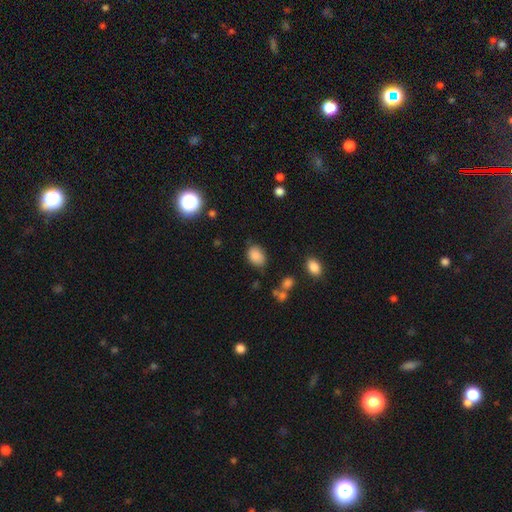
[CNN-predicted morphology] smooth 86%, star or artifact 9%, featured or disk 5%. Down the decision tree: how rounded — in between (74%); merging — none (72%).